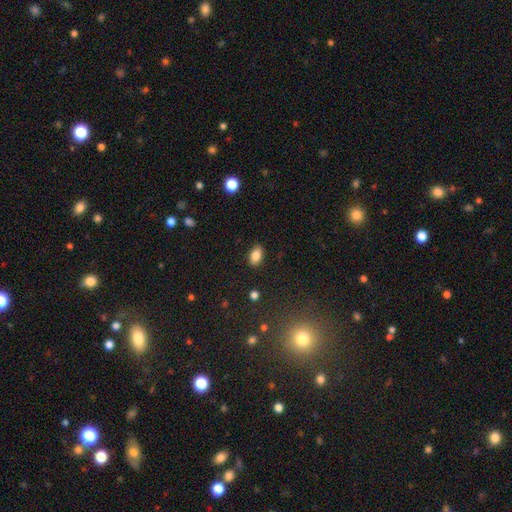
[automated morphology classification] smooth_or_featured: smooth (p=0.85) [alt: star or artifact p=0.09]
how_rounded: in between (p=0.90) [alt: round p=0.07]
merging: none (p=0.88) [alt: minor disturbance p=0.09]